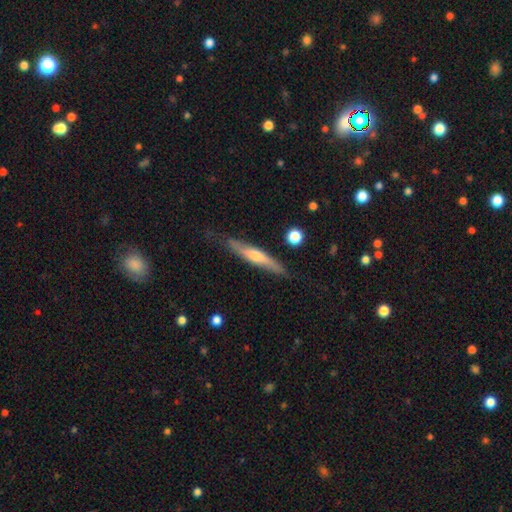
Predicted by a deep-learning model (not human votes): Overall: featured or disk (50%; smooth 44%). Merging: none (73%).